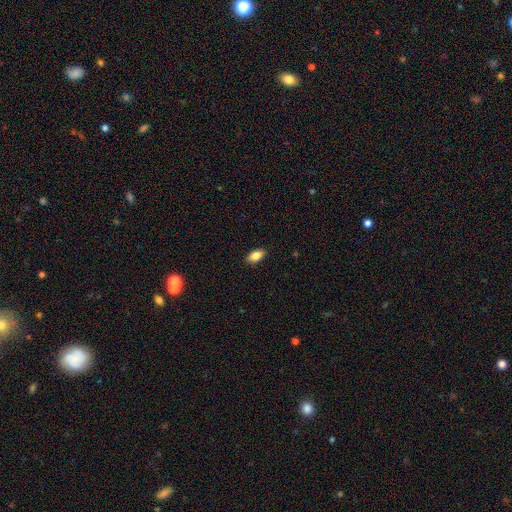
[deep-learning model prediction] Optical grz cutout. It shows a smooth galaxy with no disk features (84%) that is in between round and cigar-shaped (90%). Merging: none (89%).